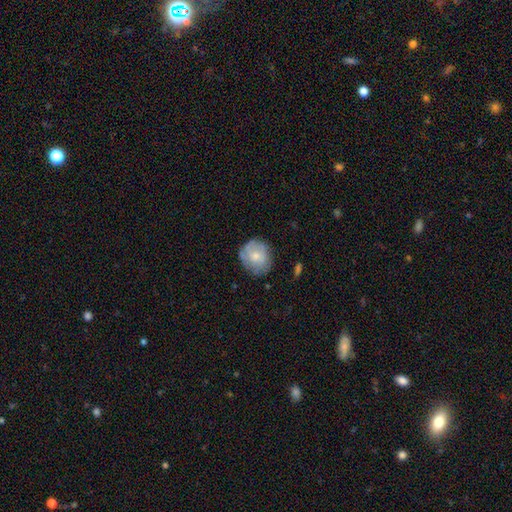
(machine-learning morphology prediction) Smooth or featured? Predicted: smooth (p=0.60). How rounded? Predicted: round (p=0.79). Merging? Predicted: none (p=0.69).